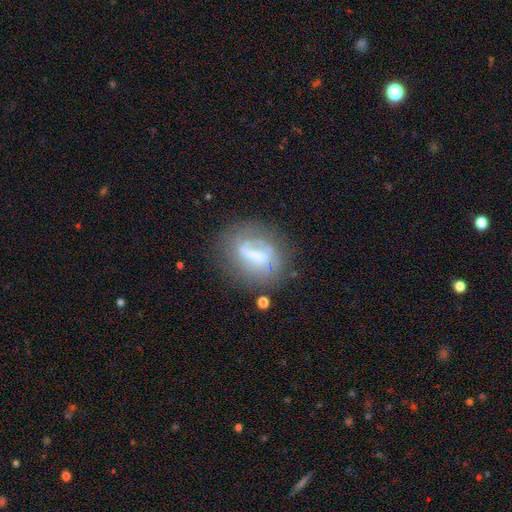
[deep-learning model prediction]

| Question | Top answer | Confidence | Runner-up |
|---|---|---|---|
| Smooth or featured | featured or disk | 58% | smooth (31%) |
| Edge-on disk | no | 90% | yes (10%) |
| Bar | strong | 51% | weak (31%) |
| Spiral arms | no | 62% | yes (38%) |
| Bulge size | moderate | 37% | small (27%) |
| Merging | none | 57% | minor disturbance (21%) |